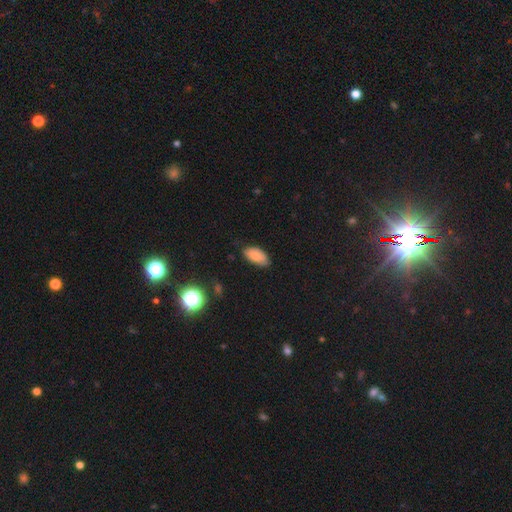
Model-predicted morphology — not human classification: Smooth or featured: smooth — 82% (featured or disk — 9%)
How rounded: in between — 93% (cigar-shaped — 4%)
Merging: none — 71% (minor disturbance — 25%)